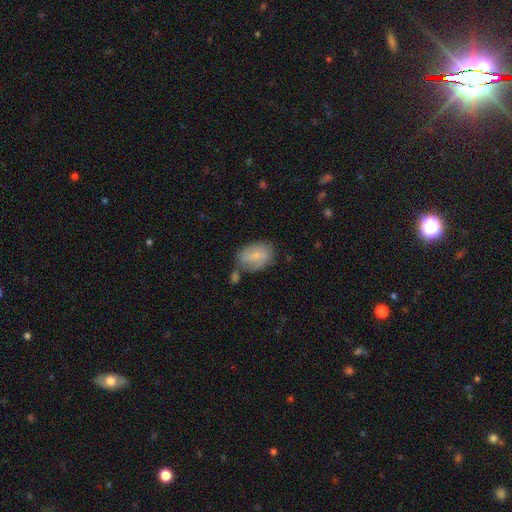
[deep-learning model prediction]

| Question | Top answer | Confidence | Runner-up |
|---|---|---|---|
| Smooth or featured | smooth | 65% | featured or disk (28%) |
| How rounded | in between | 79% | round (19%) |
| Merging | none | 55% | minor disturbance (24%) |